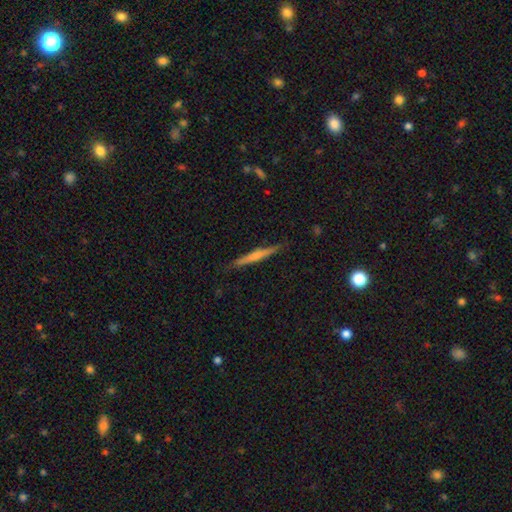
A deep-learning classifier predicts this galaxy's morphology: Smooth or featured: featured or disk — 48% (smooth — 46%)
Merging: none — 86% (minor disturbance — 10%)